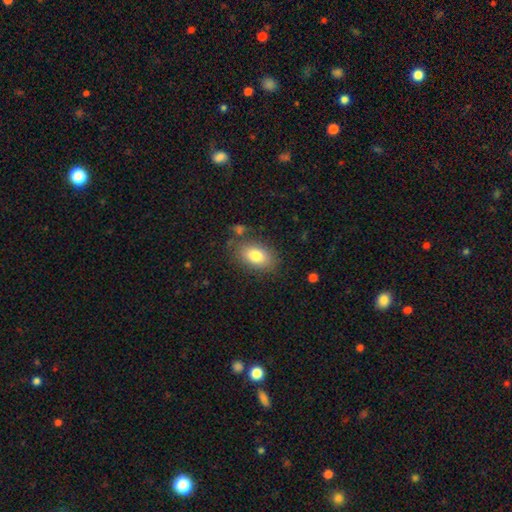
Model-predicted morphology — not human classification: type=smooth (80%); roundness=in between (89%); merging=none (78%).